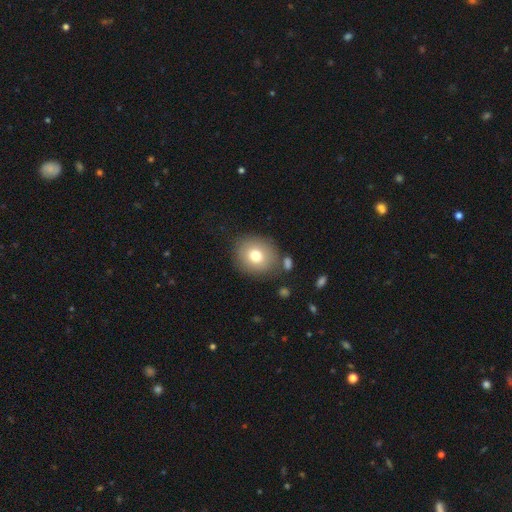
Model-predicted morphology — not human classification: This appears to be a smooth galaxy with no disk features (76%) that is round (77%). Merging: none (79%).